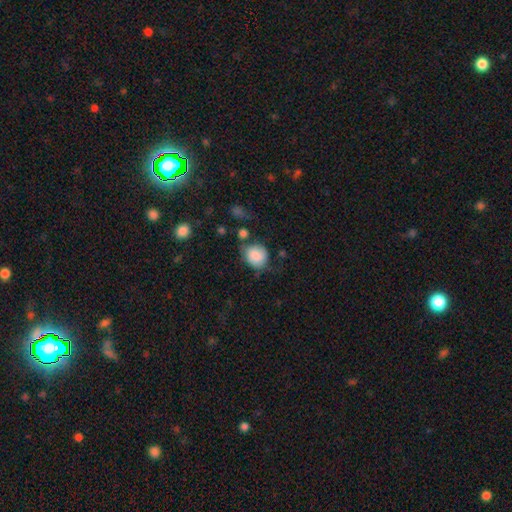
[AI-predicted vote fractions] This is clearly a smooth galaxy (81%). How rounded: likely round (72%). Merging: possibly none (52%).